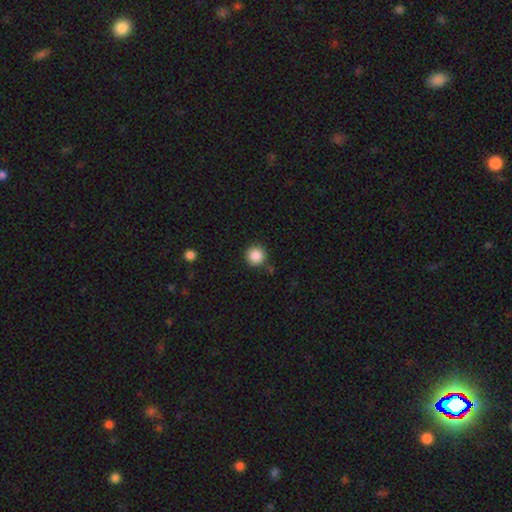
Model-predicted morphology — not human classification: A smooth galaxy with no disk features (88%) that is round (95%). Merging: none (86%).